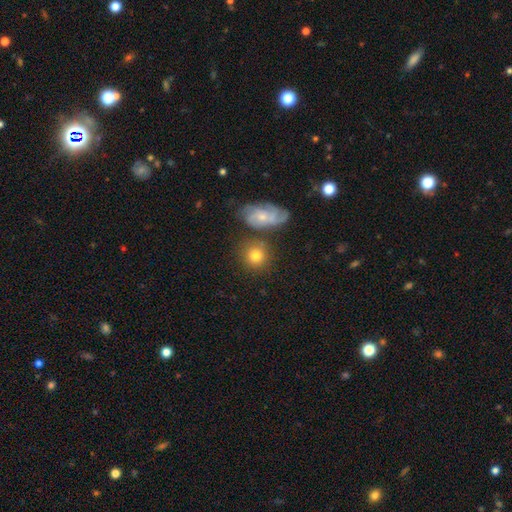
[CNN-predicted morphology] smooth 72%, featured or disk 19%, star or artifact 9%. Down the decision tree: how rounded — round (85%); merging — none (71%).